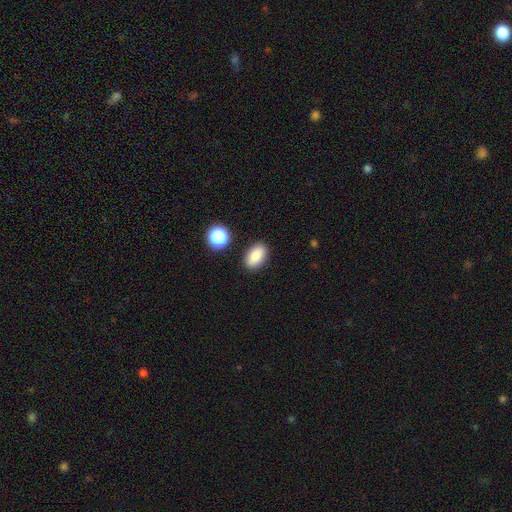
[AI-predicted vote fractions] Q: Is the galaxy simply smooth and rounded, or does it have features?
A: smooth — 86%.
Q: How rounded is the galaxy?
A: in between — 90%.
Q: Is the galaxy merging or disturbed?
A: none — 87%.